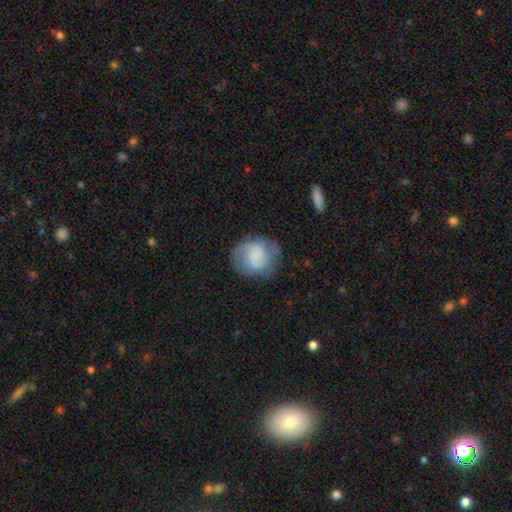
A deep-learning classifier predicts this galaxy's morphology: This is possibly a smooth galaxy (52%). How rounded: clearly round (82%). Merging: likely none (68%).